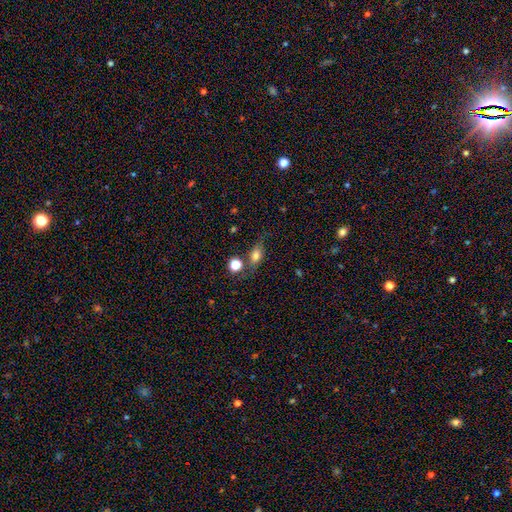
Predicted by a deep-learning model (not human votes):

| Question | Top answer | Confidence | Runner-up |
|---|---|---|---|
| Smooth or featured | smooth | 73% | featured or disk (15%) |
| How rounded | in between | 70% | round (22%) |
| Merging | none | 62% | minor disturbance (18%) |